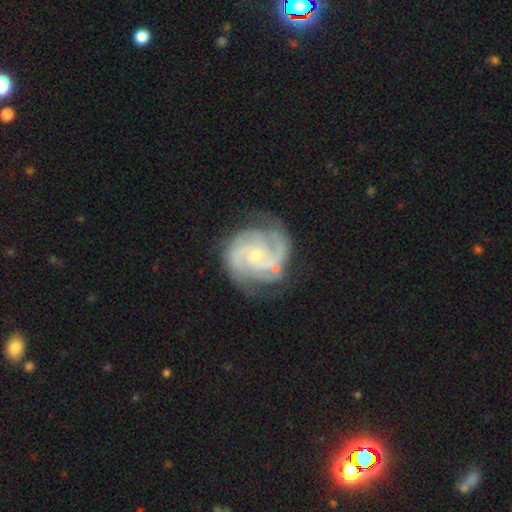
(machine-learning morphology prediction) smooth-or-featured: featured or disk: 90% | smooth: 5% | star or artifact: 5%
  disk-edge-on: no: 98% | yes: 2%
    bar: no: 54% | weak: 38% | strong: 8%
    has-spiral-arms: yes: 98% | no: 2%
      spiral-winding: tight: 57% | medium: 37% | loose: 6%
      spiral-arm-count: 2: 51% | 3: 26% | can't tell: 11% | 4: 5% | 1: 4% | more than 4: 4%
    bulge-size: small: 61% | moderate: 35% | none: 2% | large: 1% | dominant: 1%
  merging: none: 70% | minor disturbance: 20% | major disturbance: 8% | merger: 3%